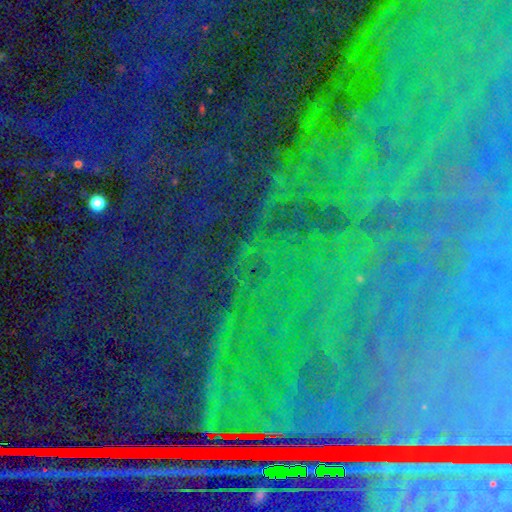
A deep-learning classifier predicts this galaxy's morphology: Smooth or featured: star or artifact — 84% (featured or disk — 9%)